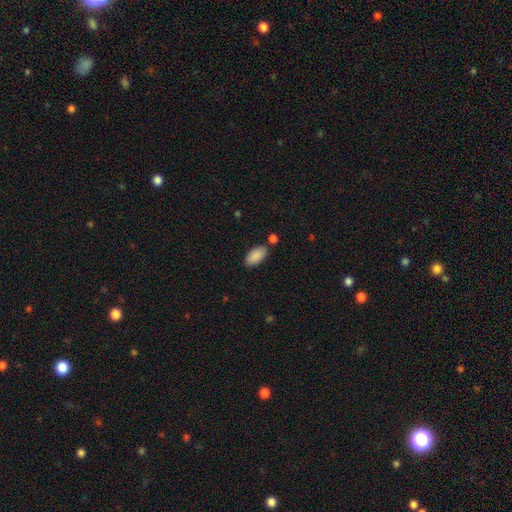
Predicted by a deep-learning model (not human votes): A smooth galaxy with no disk features (89%) that is in between round and cigar-shaped (94%).

Vote fractions:
- Smooth or featured? smooth: 89% / star or artifact: 6% / featured or disk: 4%
- How rounded? in between: 94% / cigar-shaped: 3% / round: 2%
- Merging? none: 78% / minor disturbance: 12% / merger: 8% / major disturbance: 3%